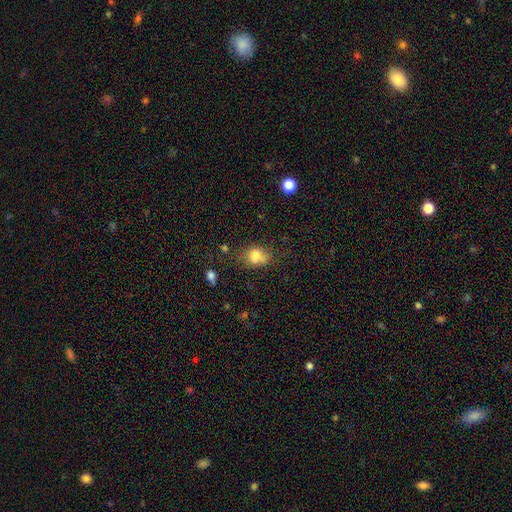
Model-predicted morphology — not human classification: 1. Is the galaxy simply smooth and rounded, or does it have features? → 74% smooth, 14% featured or disk, 12% star or artifact.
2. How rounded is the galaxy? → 61% in between, 38% round, 2% cigar-shaped.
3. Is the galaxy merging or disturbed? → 47% none, 23% minor disturbance, 20% merger, 10% major disturbance.